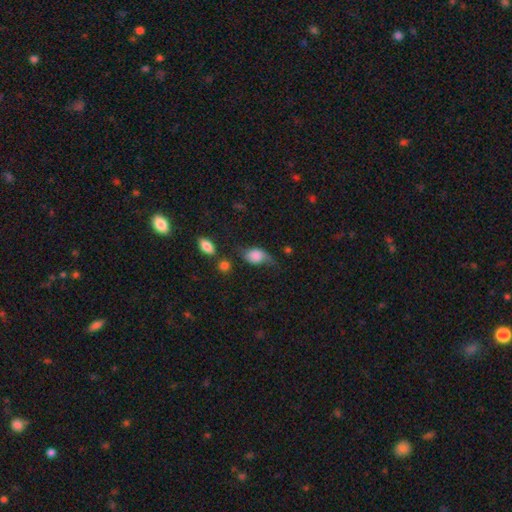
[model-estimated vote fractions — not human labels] The model was most divided on "merging": none: 36%, minor disturbance: 35%, major disturbance: 24%, merger: 6%. More confident: how rounded — in between (76%); smooth or featured — smooth (72%).